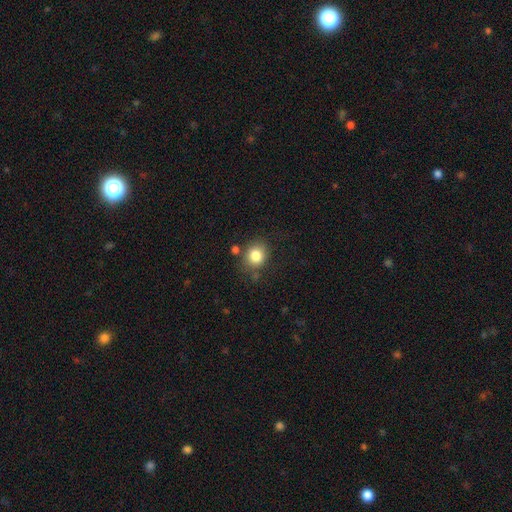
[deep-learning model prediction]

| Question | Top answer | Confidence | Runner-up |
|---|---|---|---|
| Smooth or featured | smooth | 83% | star or artifact (11%) |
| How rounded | round | 73% | in between (26%) |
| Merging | none | 75% | minor disturbance (14%) |